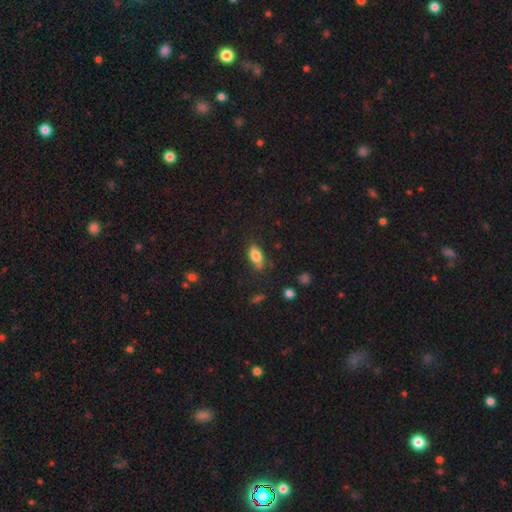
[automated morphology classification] smooth 81%, featured or disk 11%, star or artifact 8%. Down the decision tree: how rounded — in between (87%); merging — none (68%).